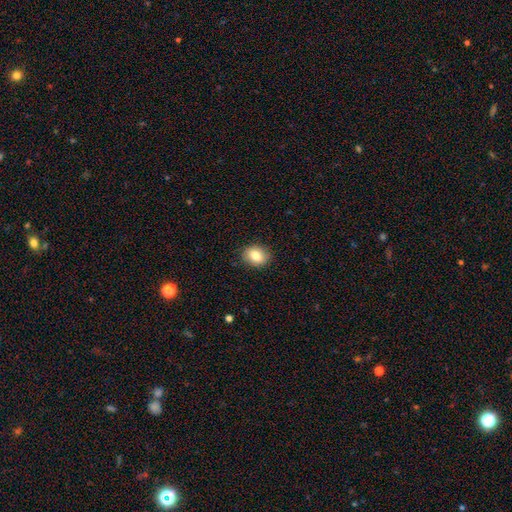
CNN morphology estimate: Q: Smooth or featured?
A: smooth (81%); runner-up: featured or disk (10%)
Q: How rounded?
A: in between (52%); runner-up: round (47%)
Q: Merging?
A: none (87%); runner-up: minor disturbance (9%)